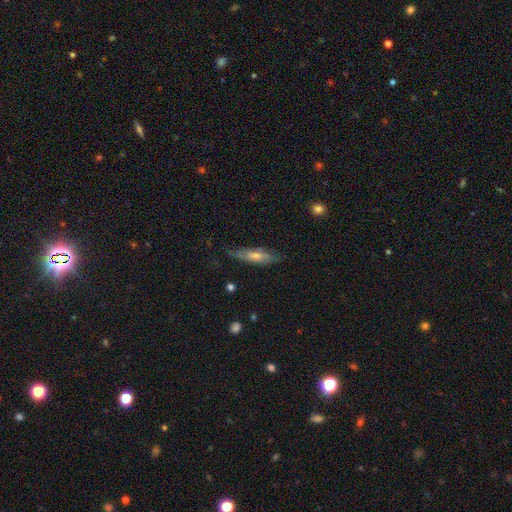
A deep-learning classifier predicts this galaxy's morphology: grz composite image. It shows a featured or disk galaxy (55%) viewed edge-on (54%). Merging: none (68%).